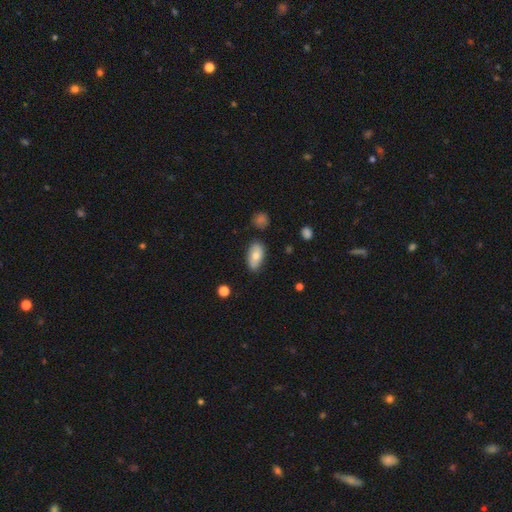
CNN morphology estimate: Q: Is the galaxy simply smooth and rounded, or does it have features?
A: smooth — 70%.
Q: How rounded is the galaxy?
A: in between — 91%.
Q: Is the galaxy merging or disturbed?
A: none — 76%.